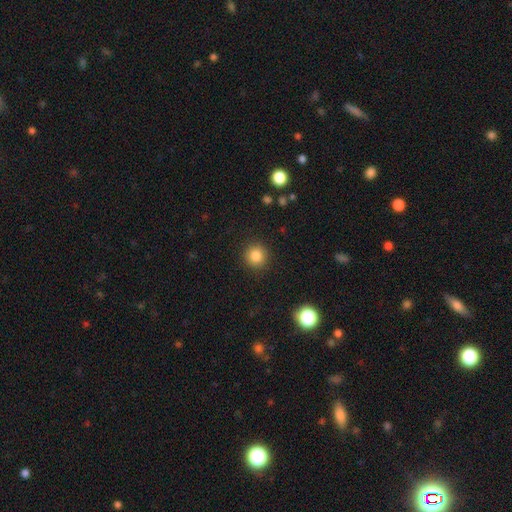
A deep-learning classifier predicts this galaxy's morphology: A smooth galaxy with no disk features (84%) that is round (93%). Merging: none (91%).